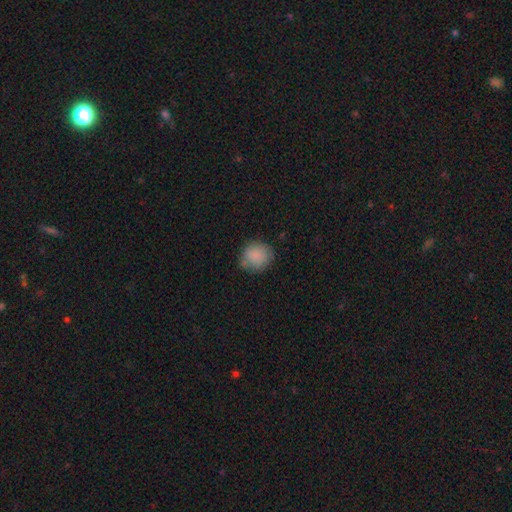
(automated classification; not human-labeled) Smooth or featured?
  - smooth: 83% *
  - featured or disk: 9%
  - star or artifact: 7%
How rounded?
  - round: 84% *
  - in between: 15%
  - cigar-shaped: 1%
Merging?
  - none: 69% *
  - minor disturbance: 22%
  - major disturbance: 5%
  - merger: 3%